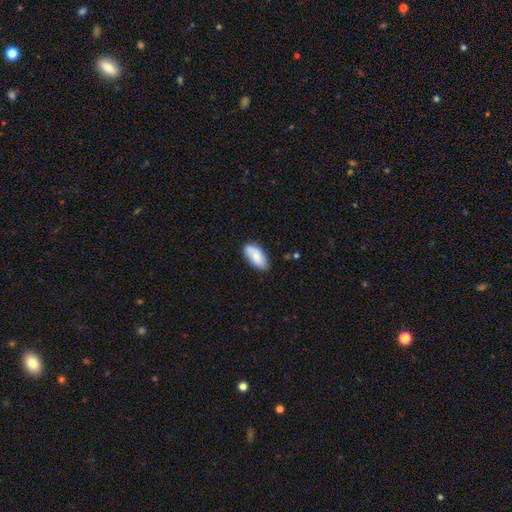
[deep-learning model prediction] A smooth galaxy with no disk features (80%) that is in between round and cigar-shaped (92%).

Vote fractions:
- Smooth or featured? smooth: 80% / featured or disk: 14% / star or artifact: 6%
- How rounded? in between: 92% / cigar-shaped: 6% / round: 2%
- Merging? none: 76% / minor disturbance: 19% / major disturbance: 3% / merger: 2%